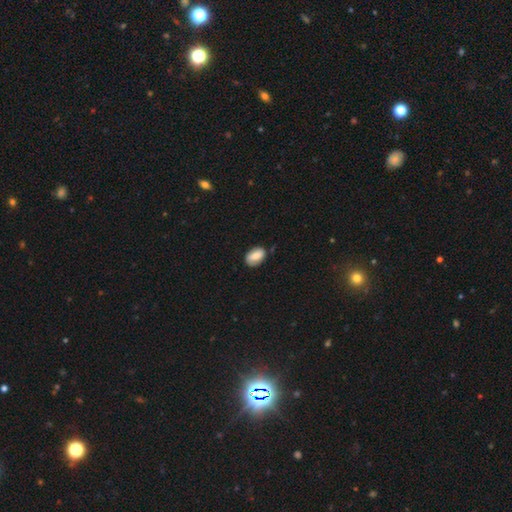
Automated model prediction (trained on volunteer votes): Smooth or featured? Predicted: smooth (p=0.79). How rounded? Predicted: in between (p=0.90). Merging? Predicted: none (p=0.79).